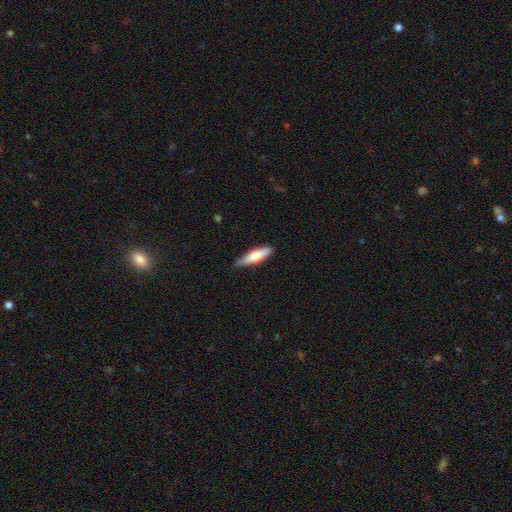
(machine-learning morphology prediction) type=smooth (68%); roundness=cigar-shaped (66%); merging=none (80%).